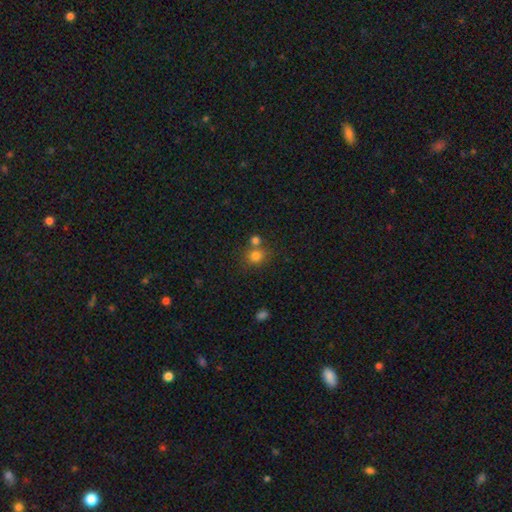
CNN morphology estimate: smooth 79%, star or artifact 13%, featured or disk 8%. Down the decision tree: how rounded — round (80%); merging — none (59%).